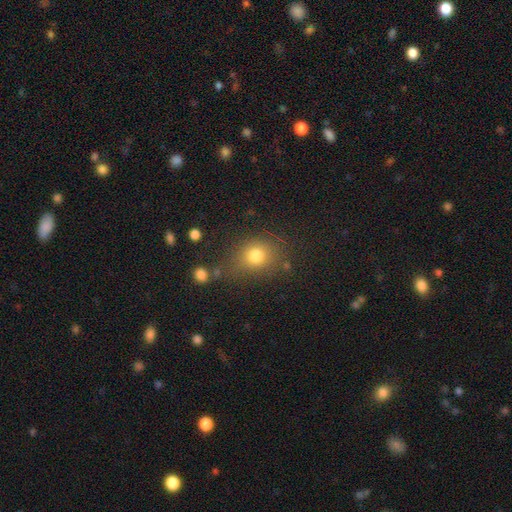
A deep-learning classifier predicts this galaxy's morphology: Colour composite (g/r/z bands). It shows a smooth galaxy with no disk features (76%) that is round (60%). Merging: none (71%).